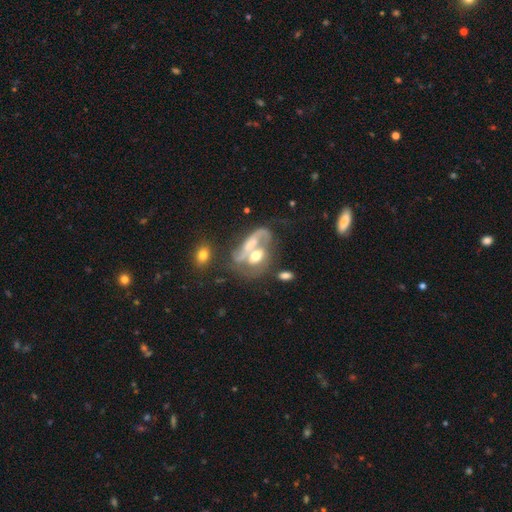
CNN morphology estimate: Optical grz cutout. It shows a featured or disk galaxy (61%) with no bar (61%), spiral arms (57%) and a moderate central bulge (55%). Merging: merger (59%).